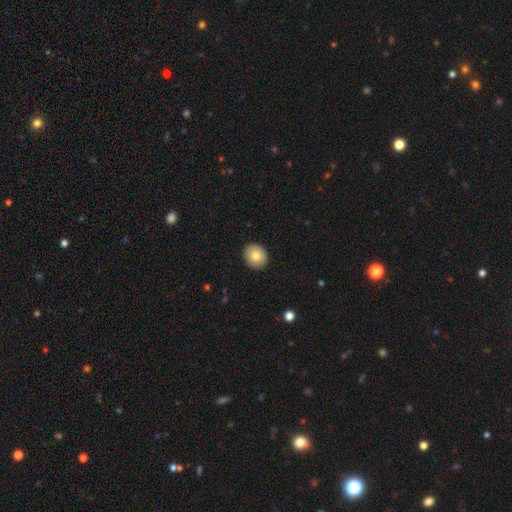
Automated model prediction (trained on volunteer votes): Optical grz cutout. It shows a smooth galaxy with no disk features (78%) that is round (79%). Merging: none (91%).